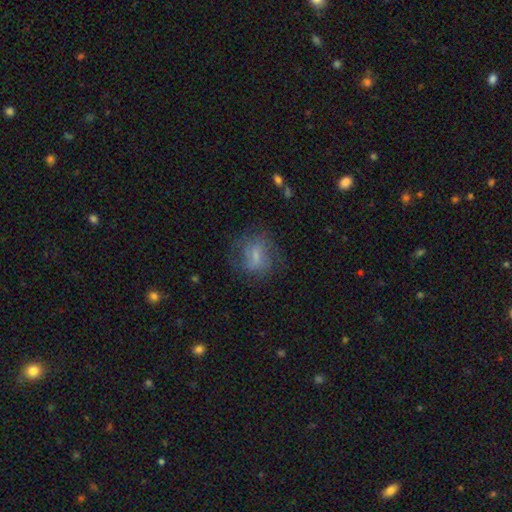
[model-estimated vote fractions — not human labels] Q: Smooth or featured?
A: smooth (53%); runner-up: featured or disk (37%)
Q: How rounded?
A: round (58%); runner-up: in between (40%)
Q: Merging?
A: none (62%); runner-up: minor disturbance (21%)